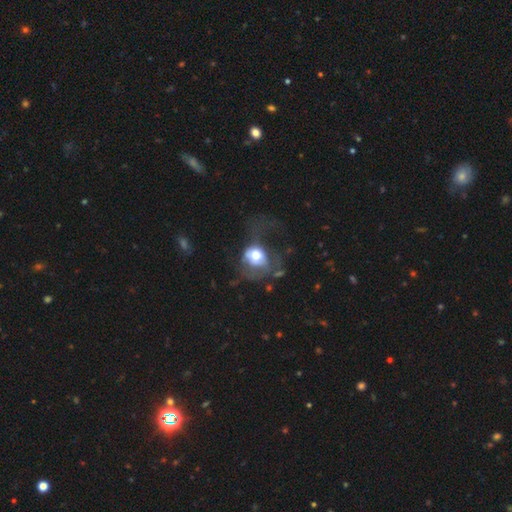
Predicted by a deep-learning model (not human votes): The model was most divided on "smooth or featured": smooth: 56%, featured or disk: 34%, star or artifact: 10%. More confident: how rounded — round (66%); merging — major disturbance (55%).